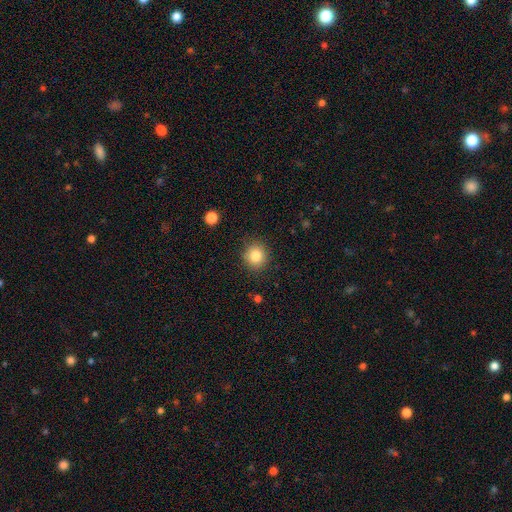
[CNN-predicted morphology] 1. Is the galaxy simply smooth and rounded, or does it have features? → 83% smooth, 10% star or artifact, 7% featured or disk.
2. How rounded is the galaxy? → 87% round, 12% in between, 1% cigar-shaped.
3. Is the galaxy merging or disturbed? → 88% none, 8% minor disturbance, 2% major disturbance, 1% merger.